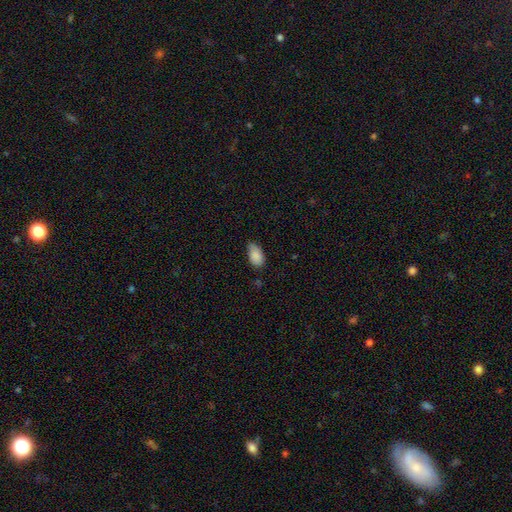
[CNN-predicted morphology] A smooth galaxy with no disk features (88%) that is in between round and cigar-shaped (93%). Merging: none (61%).